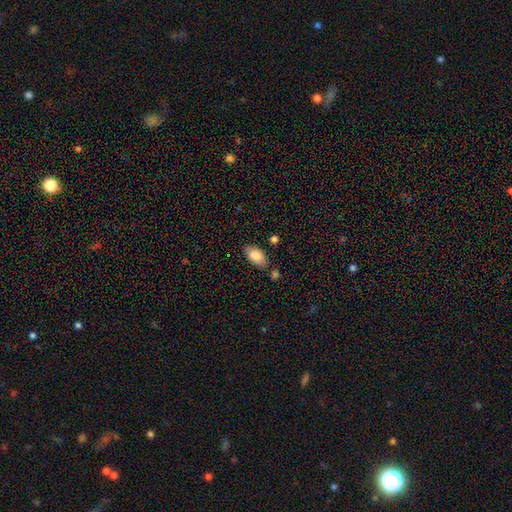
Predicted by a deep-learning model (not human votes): This appears to be a smooth galaxy with no disk features (85%) that is in between round and cigar-shaped (93%). Merging: none (76%).